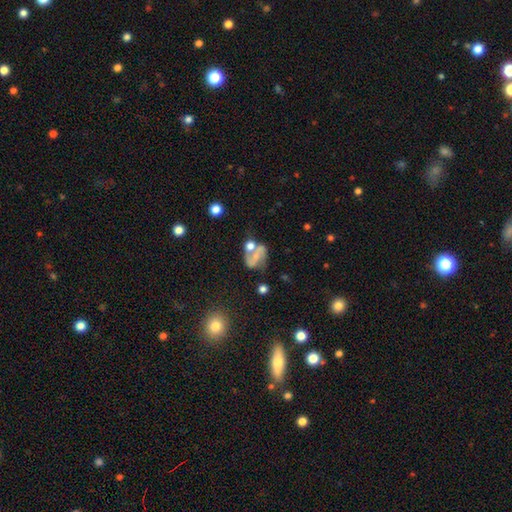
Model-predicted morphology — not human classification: Smooth or featured? featured or disk (60%)
Edge-on disk? no (97%)
Bar? no (42%)
Spiral arms? yes (74%)
Bulge size? none (36%, tied with small)
Merging? none (33%)